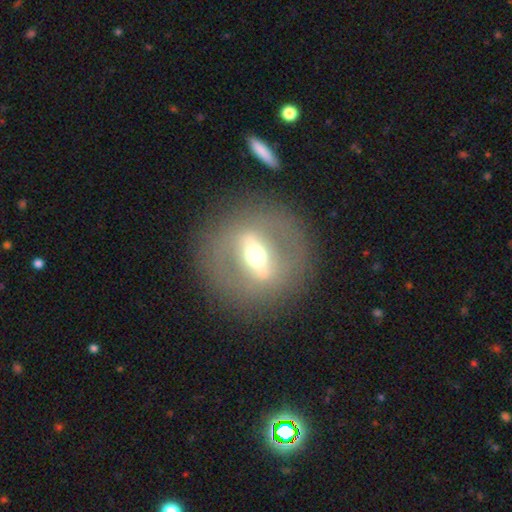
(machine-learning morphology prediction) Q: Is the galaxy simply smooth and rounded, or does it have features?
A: featured or disk — 72%.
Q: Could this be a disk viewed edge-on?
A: no — 72%.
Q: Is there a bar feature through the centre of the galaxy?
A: strong — 71%.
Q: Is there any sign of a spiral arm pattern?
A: no — 82%.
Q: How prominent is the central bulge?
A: moderate — 67%.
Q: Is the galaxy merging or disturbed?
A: none — 82%.